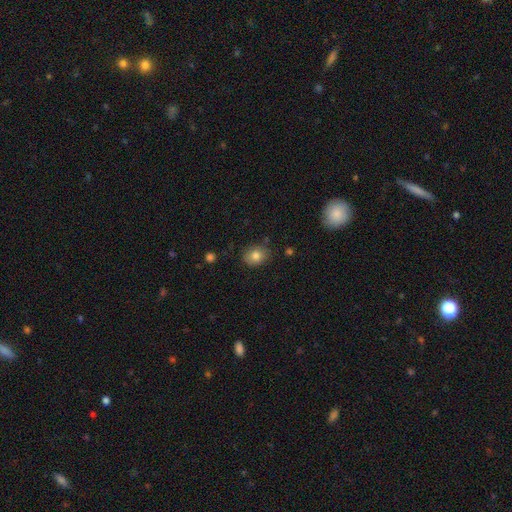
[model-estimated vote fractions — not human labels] Morphology: type=smooth (81%); roundness=round (52%); merging=none (80%).